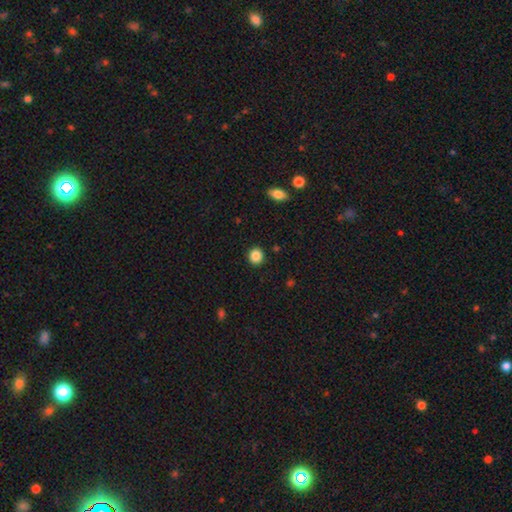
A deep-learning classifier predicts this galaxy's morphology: Smooth or featured? smooth (86%)
How rounded? round (89%)
Merging? none (92%)